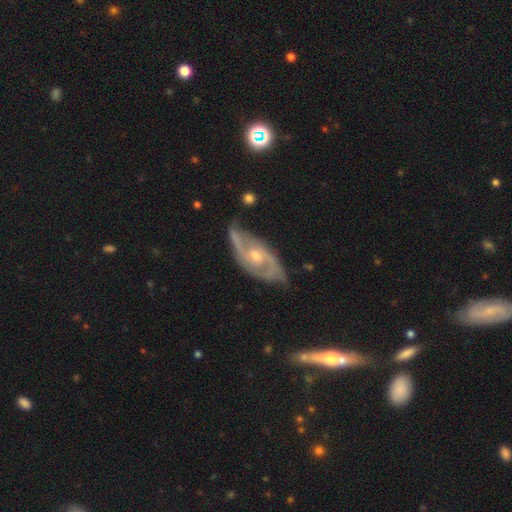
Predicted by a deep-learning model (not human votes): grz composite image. It shows a featured or disk galaxy (86%) with no bar (62%), 2 (76%) medium (48%) spiral arms (94%) and a moderate central bulge (54%). Merging: none (65%).